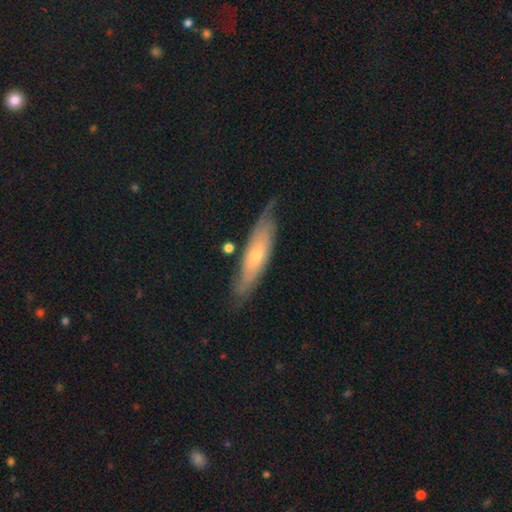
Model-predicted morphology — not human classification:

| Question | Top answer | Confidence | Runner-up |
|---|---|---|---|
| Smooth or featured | featured or disk | 63% | smooth (30%) |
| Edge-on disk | no | 57% | yes (43%) |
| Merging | none | 69% | minor disturbance (22%) |